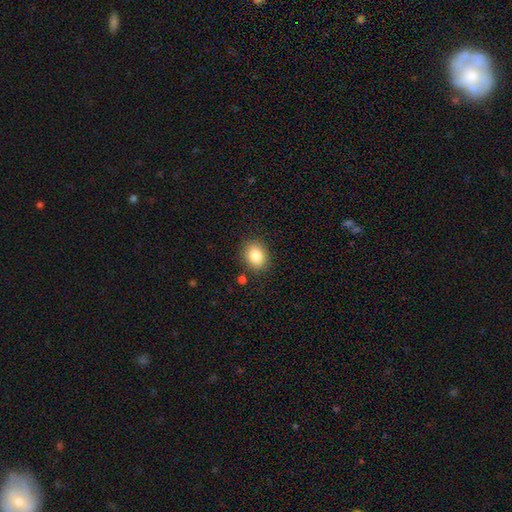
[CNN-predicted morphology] The model was most divided on "how rounded": round: 51%, in between: 49%, cigar-shaped: 1%. More confident: merging — none (86%); smooth or featured — smooth (84%).